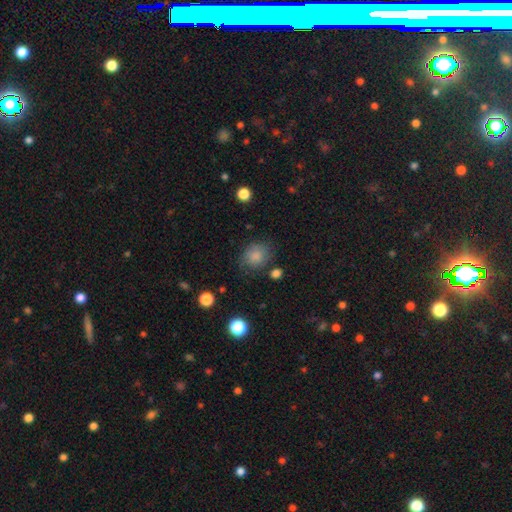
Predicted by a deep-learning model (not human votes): This is clearly a smooth galaxy (83%). How rounded: likely round (68%). Merging: likely none (71%).